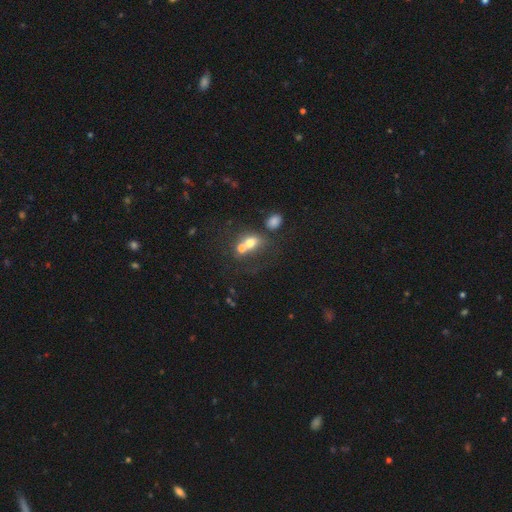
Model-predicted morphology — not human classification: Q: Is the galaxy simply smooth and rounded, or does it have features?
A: smooth — 45%.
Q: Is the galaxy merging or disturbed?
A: none — 42%.